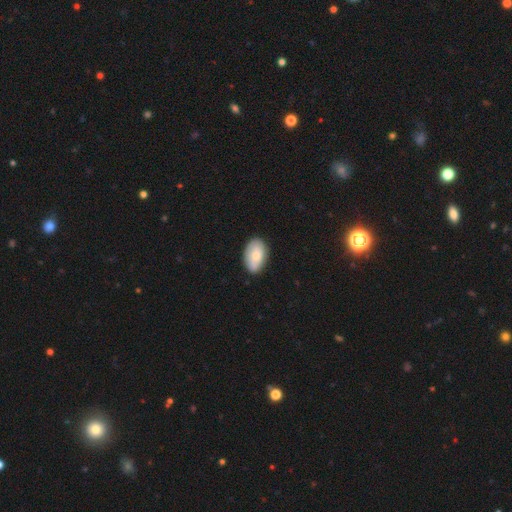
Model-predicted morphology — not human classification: type=smooth (75%); roundness=in between (93%); merging=none (80%).